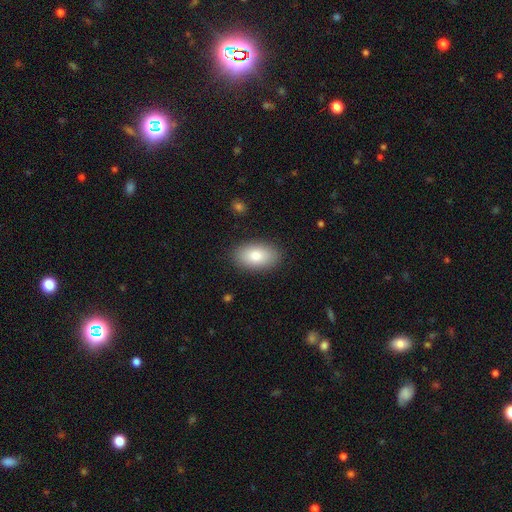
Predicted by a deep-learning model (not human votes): Smooth or featured? Predicted: smooth (p=0.80). How rounded? Predicted: in between (p=0.93). Merging? Predicted: none (p=0.88).